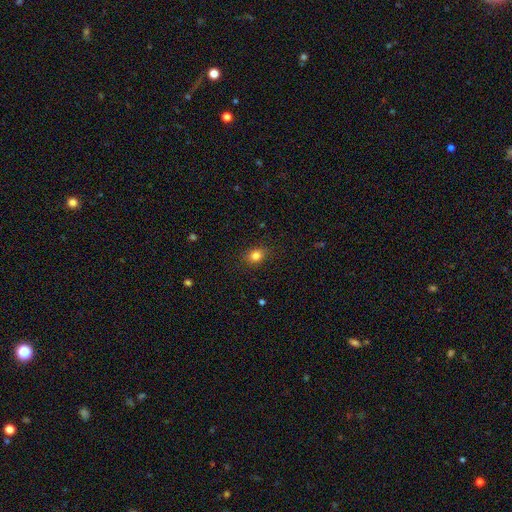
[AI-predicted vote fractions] The model was most divided on "how rounded": in between: 53%, round: 46%, cigar-shaped: 1%. More confident: merging — none (88%); smooth or featured — smooth (82%).